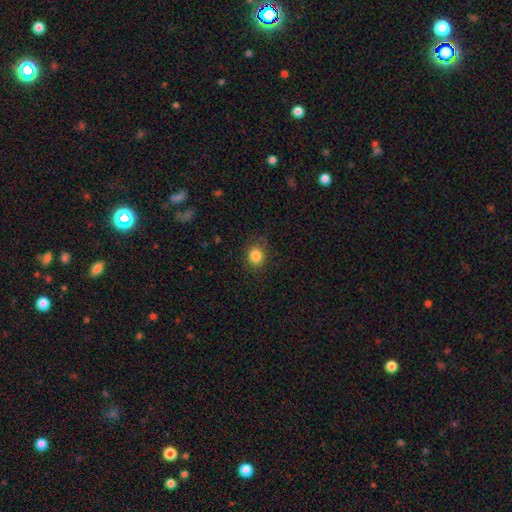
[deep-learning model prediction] This is clearly a smooth galaxy (85%). How rounded: likely round (74%). Merging: clearly none (82%).